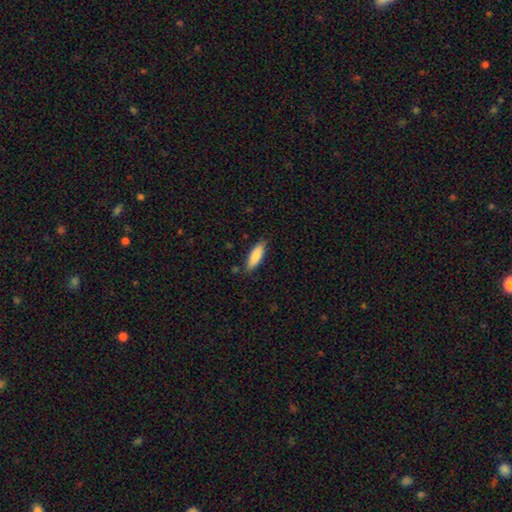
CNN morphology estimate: type=smooth (85%); roundness=in between (52%); merging=none (83%).